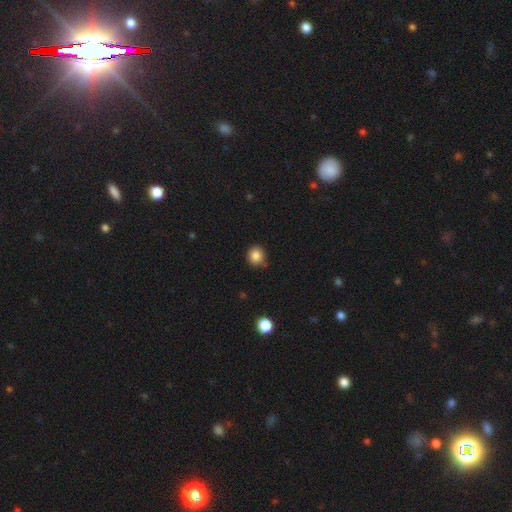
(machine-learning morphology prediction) Q: Smooth or featured?
A: smooth (85%); runner-up: star or artifact (11%)
Q: How rounded?
A: round (85%); runner-up: in between (14%)
Q: Merging?
A: none (82%); runner-up: minor disturbance (13%)